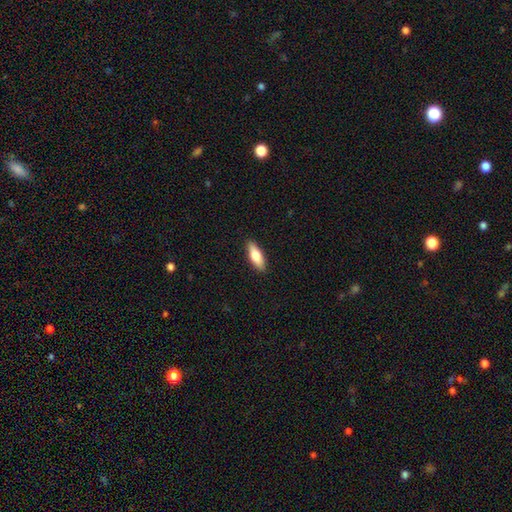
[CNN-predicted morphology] Smooth or featured: smooth — 73% (featured or disk — 22%)
How rounded: in between — 60% (cigar-shaped — 37%)
Merging: none — 89% (minor disturbance — 8%)